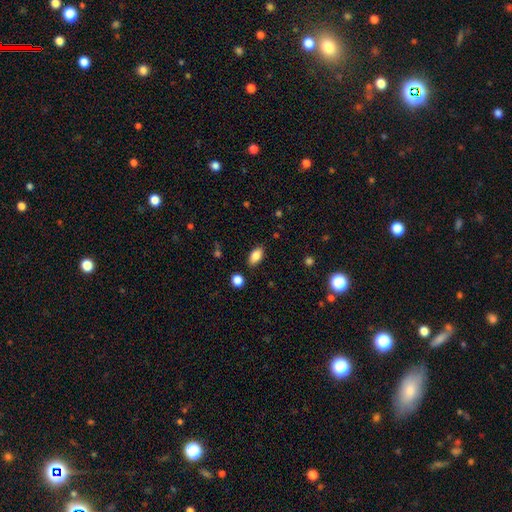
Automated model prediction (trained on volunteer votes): Overall: smooth (85%). How rounded: in between (91%). Merging: none (85%).